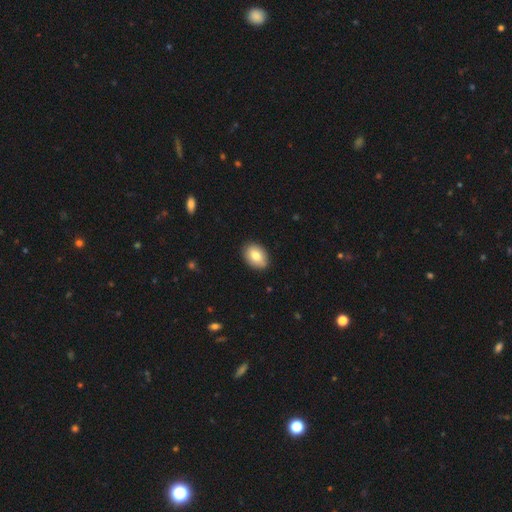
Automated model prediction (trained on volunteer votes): Smooth or featured?
  - smooth: 80% *
  - featured or disk: 13%
  - star or artifact: 7%
How rounded?
  - in between: 79% *
  - round: 20%
  - cigar-shaped: 1%
Merging?
  - none: 87% *
  - minor disturbance: 10%
  - major disturbance: 2%
  - merger: 1%